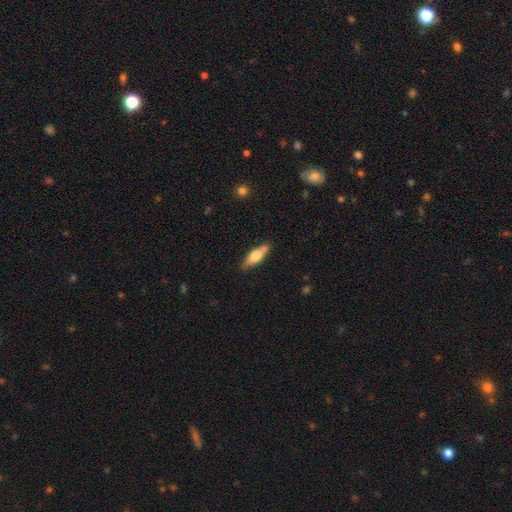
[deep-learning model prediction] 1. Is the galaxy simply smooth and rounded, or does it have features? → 60% smooth, 34% featured or disk, 6% star or artifact.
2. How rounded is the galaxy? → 51% in between, 46% cigar-shaped, 3% round.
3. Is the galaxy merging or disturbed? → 74% none, 16% minor disturbance, 7% merger, 3% major disturbance.